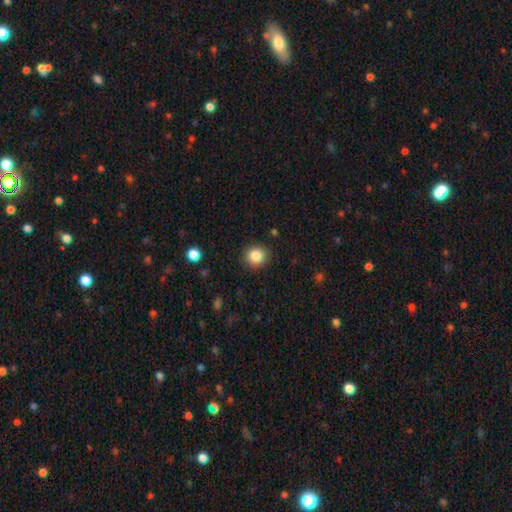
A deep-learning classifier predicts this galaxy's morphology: A smooth galaxy with no disk features (85%) that is round (86%).

Vote fractions:
- Smooth or featured? smooth: 85% / star or artifact: 10% / featured or disk: 5%
- How rounded? round: 86% / in between: 13% / cigar-shaped: 1%
- Merging? none: 90% / minor disturbance: 7% / major disturbance: 2% / merger: 1%